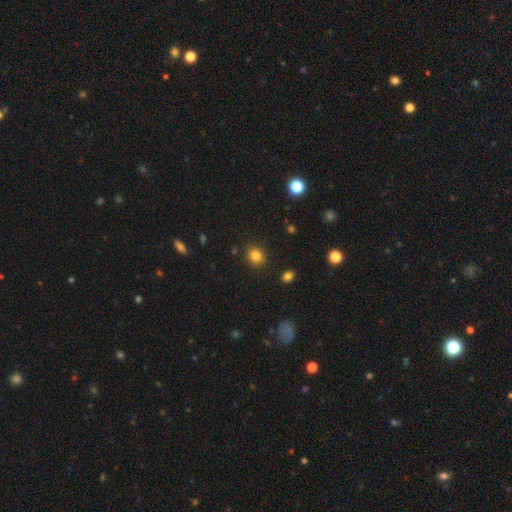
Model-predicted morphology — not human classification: A smooth galaxy with no disk features (83%) that is round (70%). Merging: none (88%).